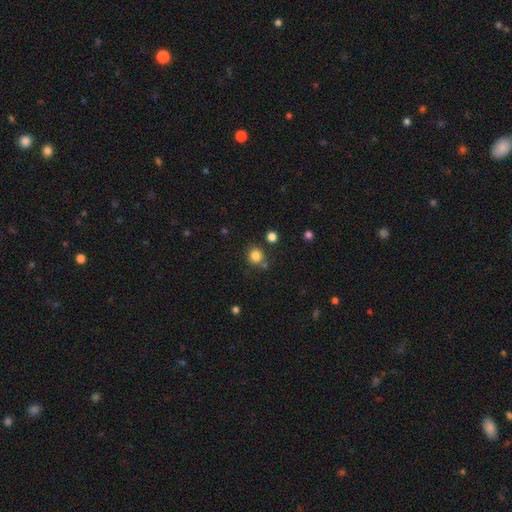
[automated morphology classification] Q: Smooth or featured?
A: smooth (82%); runner-up: star or artifact (12%)
Q: How rounded?
A: round (89%); runner-up: in between (10%)
Q: Merging?
A: none (77%); runner-up: merger (10%)